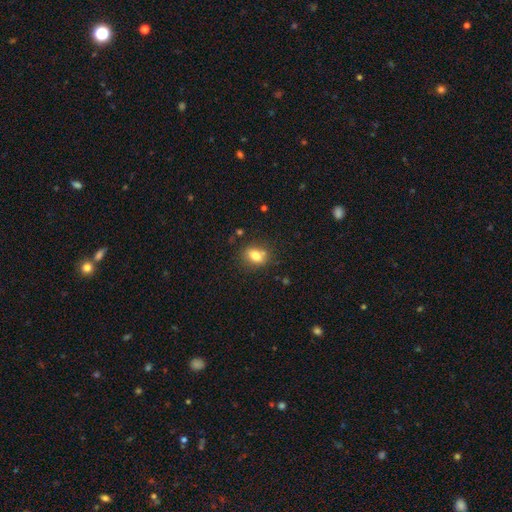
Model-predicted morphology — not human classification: smooth 77%, featured or disk 13%, star or artifact 10%. Down the decision tree: how rounded — in between (66%); merging — none (72%).